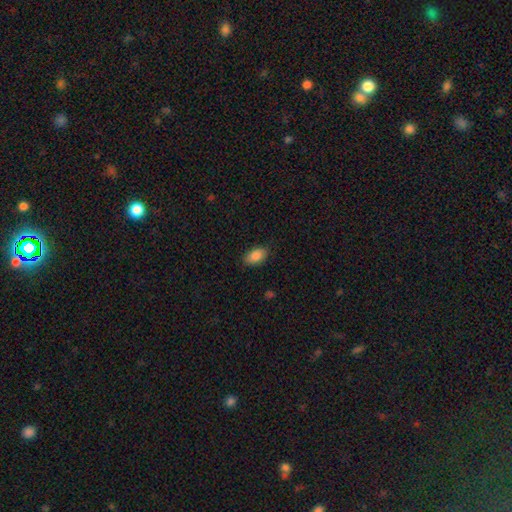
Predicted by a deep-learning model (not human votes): Smooth or featured: smooth — 88% (star or artifact — 7%)
How rounded: in between — 93% (round — 5%)
Merging: none — 85% (minor disturbance — 11%)